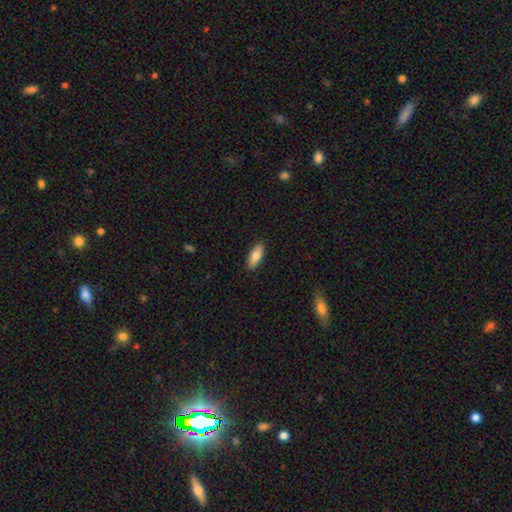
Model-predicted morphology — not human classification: smooth-or-featured: smooth: 79% | featured or disk: 15% | star or artifact: 6%
  how-rounded: in between: 73% | cigar-shaped: 25% | round: 2%
  merging: none: 89% | minor disturbance: 8% | major disturbance: 2% | merger: 1%